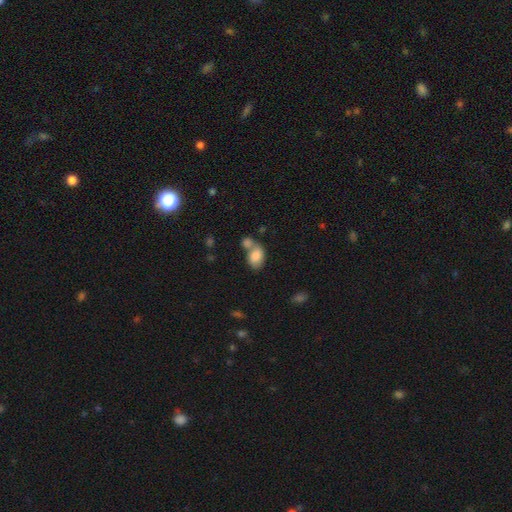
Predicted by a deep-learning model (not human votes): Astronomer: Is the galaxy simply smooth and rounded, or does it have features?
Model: smooth — 80%.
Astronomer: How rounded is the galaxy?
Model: in between — 84%.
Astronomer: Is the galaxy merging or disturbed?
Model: merger — 51% (runner-up: none, 32%).